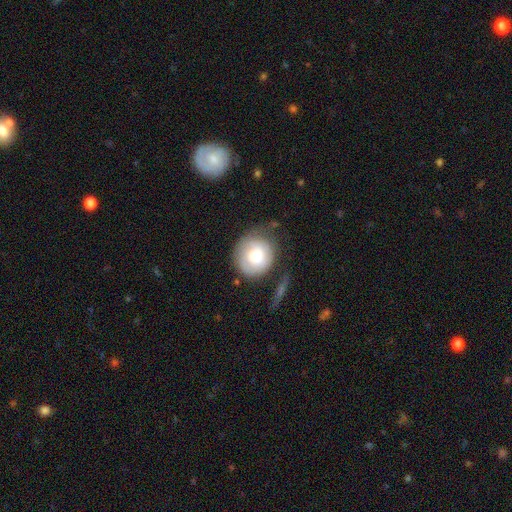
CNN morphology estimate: This appears to be a smooth galaxy with no disk features (50%). Merging: none (60%).